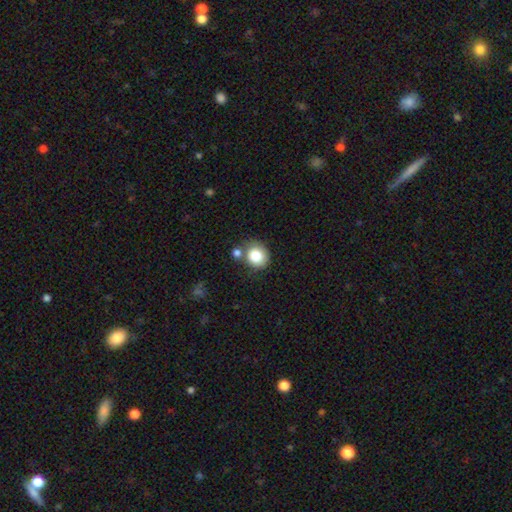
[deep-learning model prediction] smooth-or-featured: smooth: 82% | star or artifact: 9% | featured or disk: 9%
  how-rounded: round: 76% | in between: 23% | cigar-shaped: 1%
  merging: none: 62% | merger: 18% | minor disturbance: 15% | major disturbance: 5%